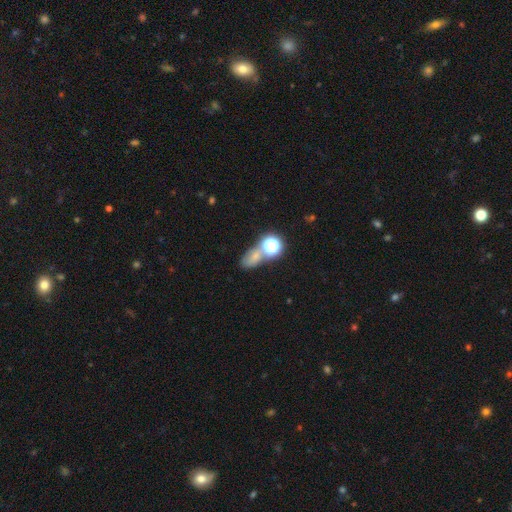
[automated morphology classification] type=smooth (54%); roundness=in between (65%); merging=none (48%).